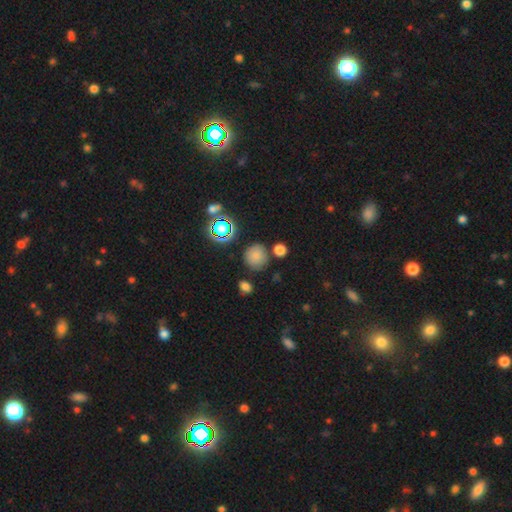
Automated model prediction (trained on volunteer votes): Morphology: type=smooth (75%); roundness=round (88%); merging=none (76%).